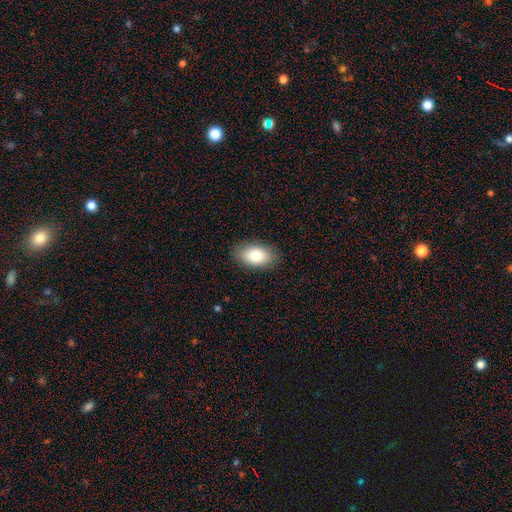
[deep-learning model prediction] Morphology: type=smooth (80%); roundness=in between (92%); merging=none (87%).